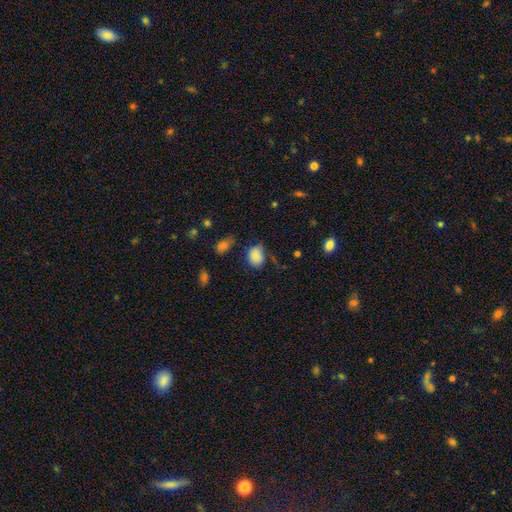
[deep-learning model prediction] Smooth or featured?
  - smooth: 84% *
  - star or artifact: 11%
  - featured or disk: 5%
How rounded?
  - in between: 58% *
  - round: 41%
  - cigar-shaped: 1%
Merging?
  - none: 61% *
  - minor disturbance: 27%
  - major disturbance: 8%
  - merger: 4%